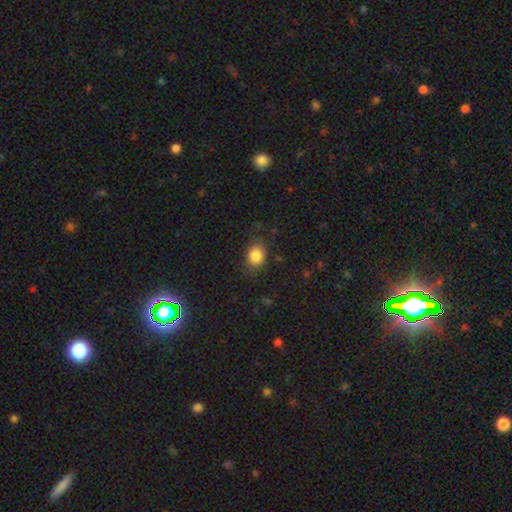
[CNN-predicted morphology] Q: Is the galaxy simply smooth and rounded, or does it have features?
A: smooth — 85%.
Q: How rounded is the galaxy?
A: round — 50%.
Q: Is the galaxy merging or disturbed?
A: none — 78%.